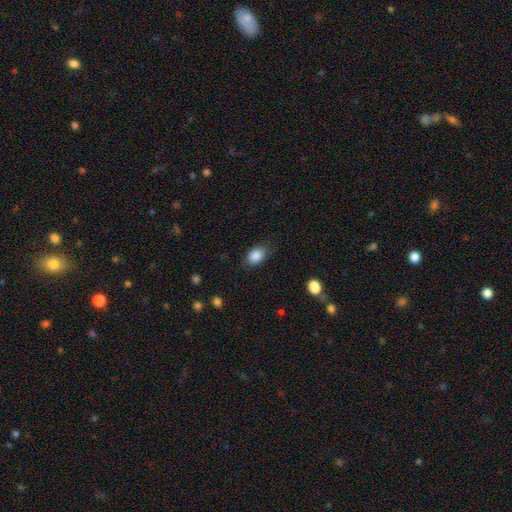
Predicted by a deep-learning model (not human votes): smooth_or_featured: smooth (p=0.87) [alt: star or artifact p=0.08]
how_rounded: in between (p=0.75) [alt: round p=0.24]
merging: none (p=0.74) [alt: minor disturbance p=0.20]